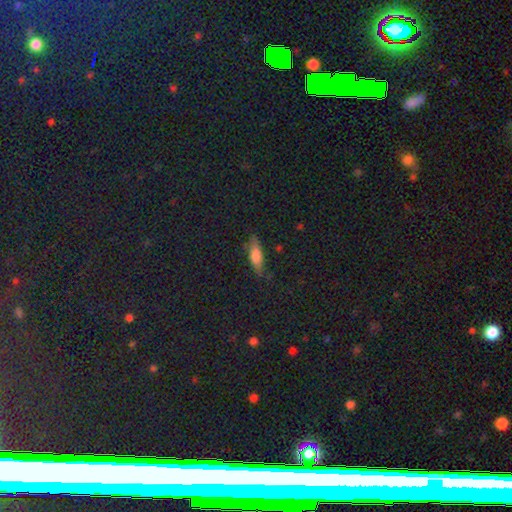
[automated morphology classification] A smooth galaxy with no disk features (64%) that is cigar-shaped (52%).

Vote fractions:
- Smooth or featured? smooth: 64% / featured or disk: 24% / star or artifact: 12%
- How rounded? cigar-shaped: 52% / in between: 45% / round: 4%
- Merging? none: 75% / minor disturbance: 18% / major disturbance: 5% / merger: 2%